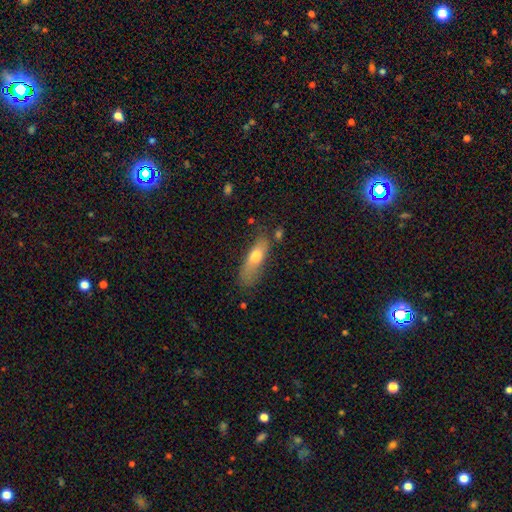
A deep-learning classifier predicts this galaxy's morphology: A smooth galaxy with no disk features (68%) that is in between round and cigar-shaped (51%).

Vote fractions:
- Smooth or featured? smooth: 68% / featured or disk: 25% / star or artifact: 8%
- How rounded? in between: 51% / cigar-shaped: 46% / round: 3%
- Merging? none: 52% / minor disturbance: 29% / major disturbance: 14% / merger: 5%